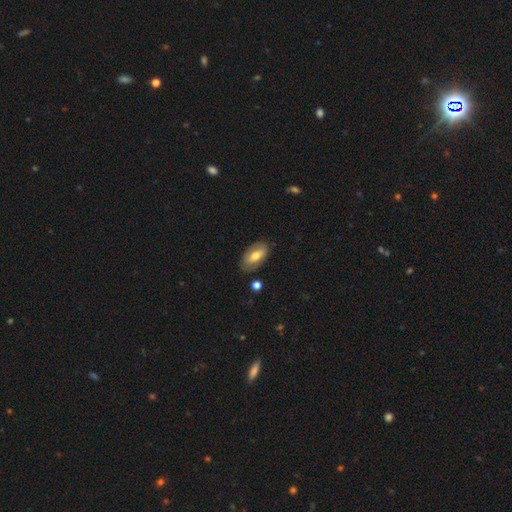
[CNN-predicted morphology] Overall: smooth (58%; featured or disk 36%). How rounded: in between (91%). Merging: none (81%).